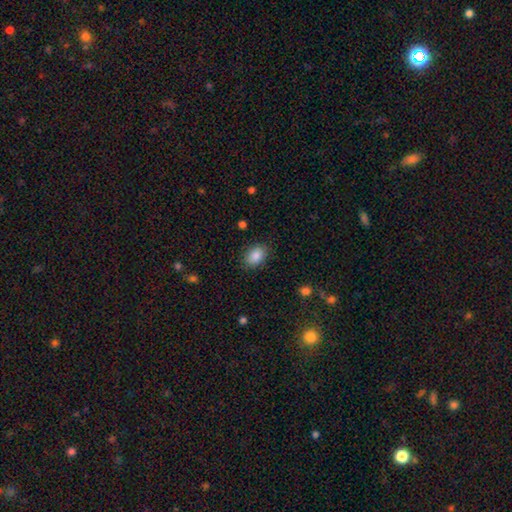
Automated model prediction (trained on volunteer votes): This is clearly a smooth galaxy (86%). How rounded: clearly in between (83%). Merging: clearly none (86%).